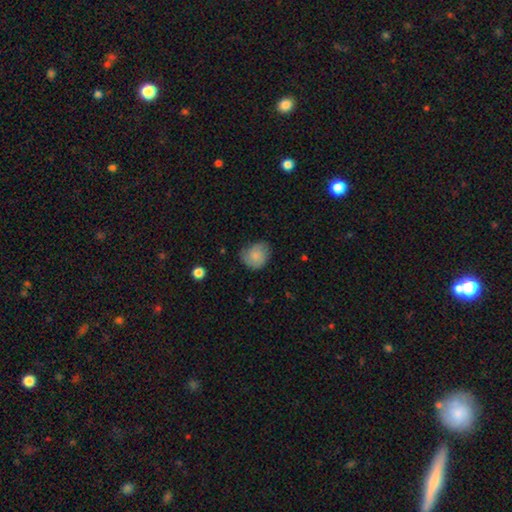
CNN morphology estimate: smooth_or_featured: smooth (p=0.73) [alt: featured or disk p=0.19]
how_rounded: round (p=0.66) [alt: in between p=0.33]
merging: none (p=0.60) [alt: minor disturbance p=0.31]